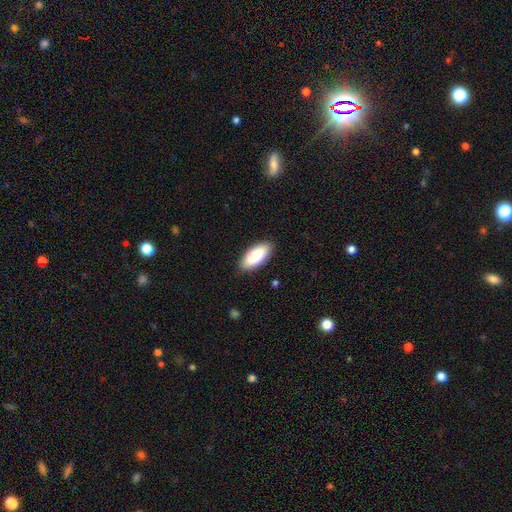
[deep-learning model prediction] Q: Smooth or featured?
A: smooth (84%); runner-up: featured or disk (10%)
Q: How rounded?
A: in between (87%); runner-up: cigar-shaped (12%)
Q: Merging?
A: none (88%); runner-up: minor disturbance (10%)